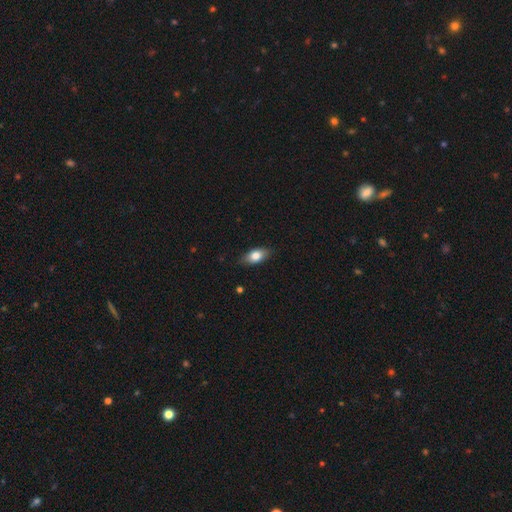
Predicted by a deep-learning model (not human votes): A smooth galaxy with no disk features (77%) that is in between round and cigar-shaped (85%).

Vote fractions:
- Smooth or featured? smooth: 77% / featured or disk: 16% / star or artifact: 7%
- How rounded? in between: 85% / cigar-shaped: 8% / round: 6%
- Merging? none: 84% / minor disturbance: 13% / major disturbance: 2% / merger: 1%